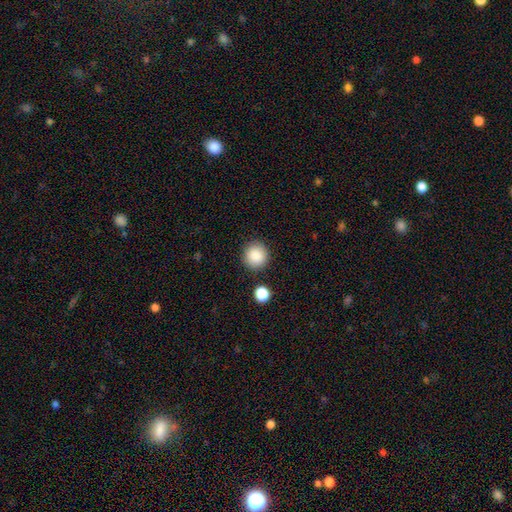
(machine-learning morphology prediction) Smooth or featured: smooth — 87% (star or artifact — 9%)
How rounded: round — 92% (in between — 7%)
Merging: none — 87% (minor disturbance — 7%)